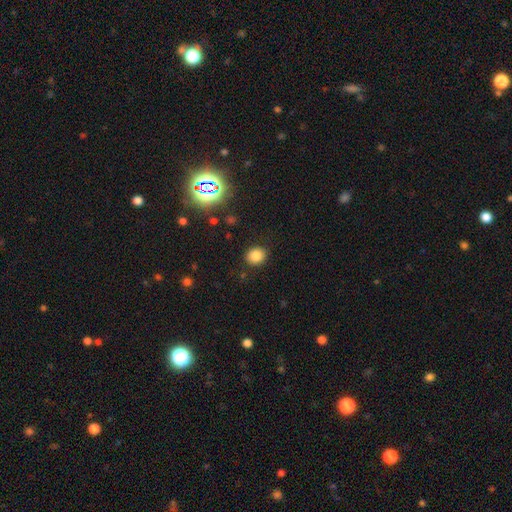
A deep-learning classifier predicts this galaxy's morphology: smooth_or_featured: smooth (p=0.82) [alt: star or artifact p=0.13]
how_rounded: round (p=0.68) [alt: in between p=0.31]
merging: none (p=0.89) [alt: minor disturbance p=0.07]